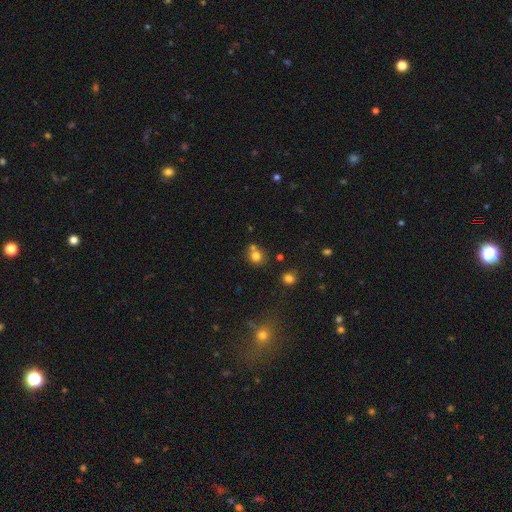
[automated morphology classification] Overall: smooth (77%). How rounded: round (81%). Merging: none (55%; merger 30%).